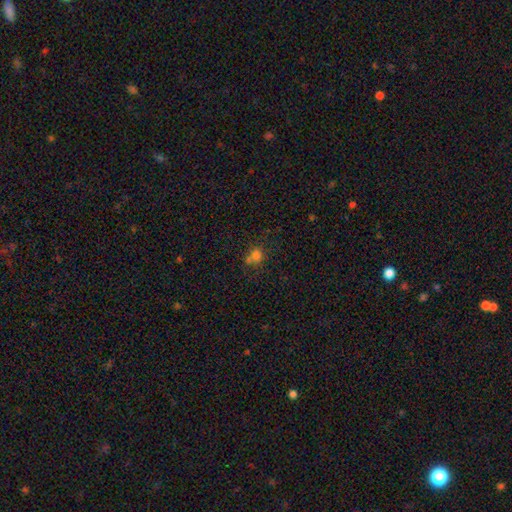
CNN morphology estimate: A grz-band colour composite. It shows a smooth galaxy with no disk features (74%) that is round (70%). Merging: none (49%).